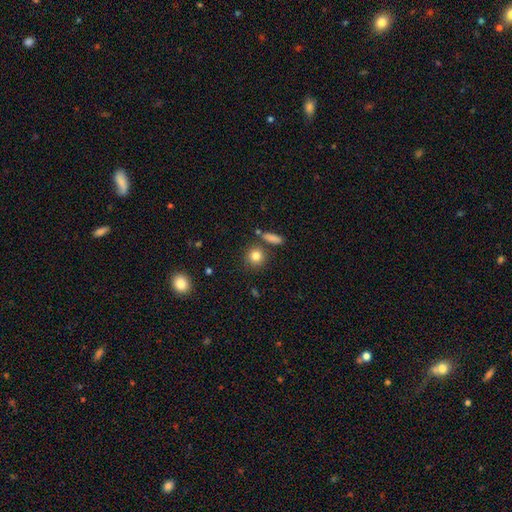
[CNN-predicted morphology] This is clearly a smooth galaxy (82%). How rounded: clearly round (85%). Merging: likely none (79%).